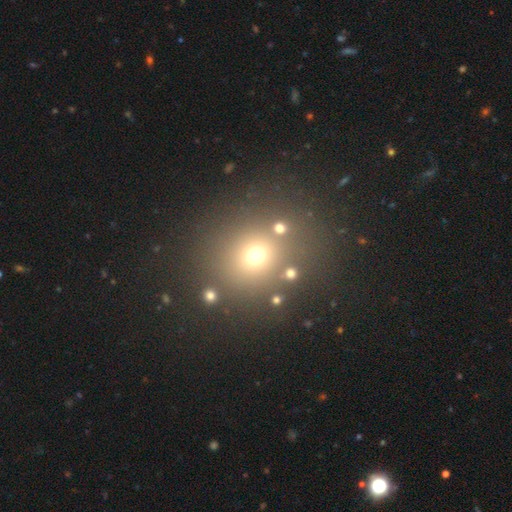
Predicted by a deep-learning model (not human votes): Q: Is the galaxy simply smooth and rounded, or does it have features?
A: smooth — 64%.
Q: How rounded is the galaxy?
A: round — 77%.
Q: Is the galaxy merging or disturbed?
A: none — 77%.